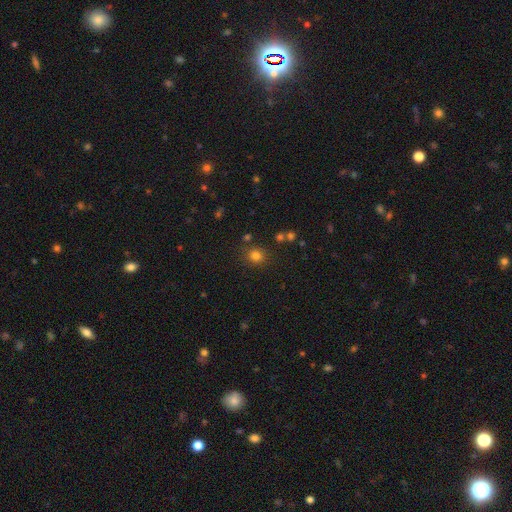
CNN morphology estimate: Smooth or featured? Predicted: smooth (p=0.78). How rounded? Predicted: round (p=0.87). Merging? Predicted: none (p=0.82).